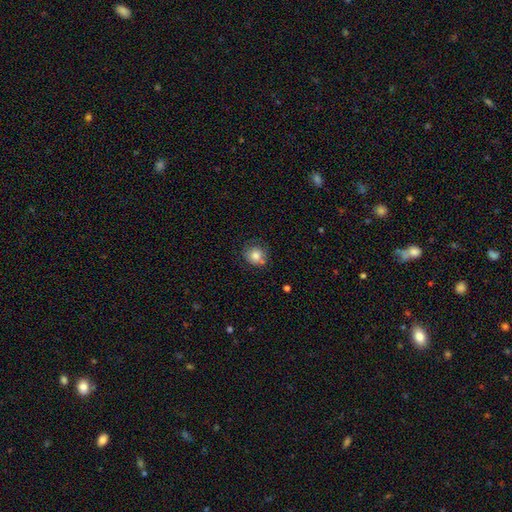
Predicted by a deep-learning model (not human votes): The model was most divided on "merging": none: 65%, minor disturbance: 20%, merger: 9%, major disturbance: 6%. More confident: how rounded — round (86%); smooth or featured — smooth (77%).